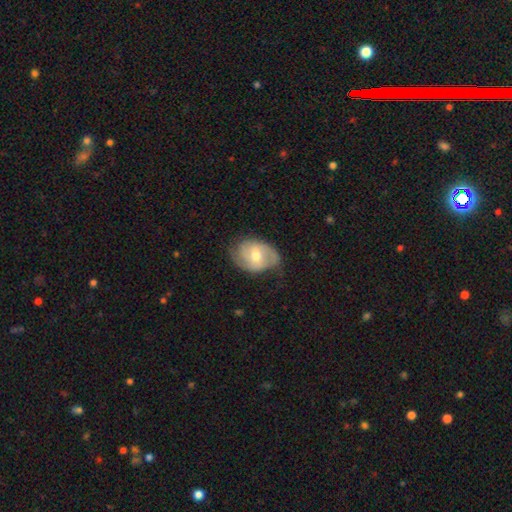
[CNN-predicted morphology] Overall: featured or disk (62%; smooth 32%). Edge-on disk: no (96%). Bar: no (54%; weak 36%). Spiral arms: yes (83%). Bulge size: moderate (68%). Merging: none (58%; minor disturbance 30%).